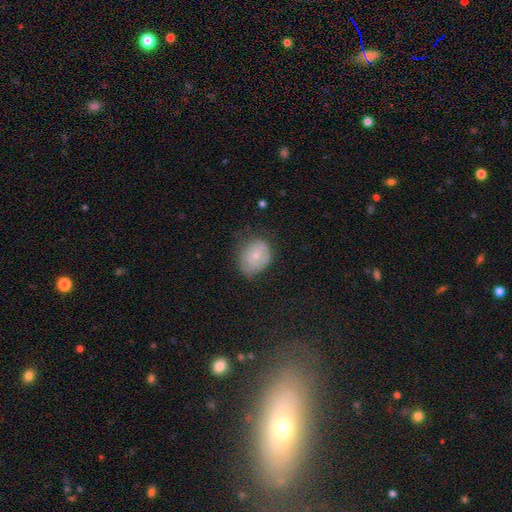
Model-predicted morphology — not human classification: A smooth galaxy with no disk features (65%) that is in between round and cigar-shaped (50%). Merging: none (55%).